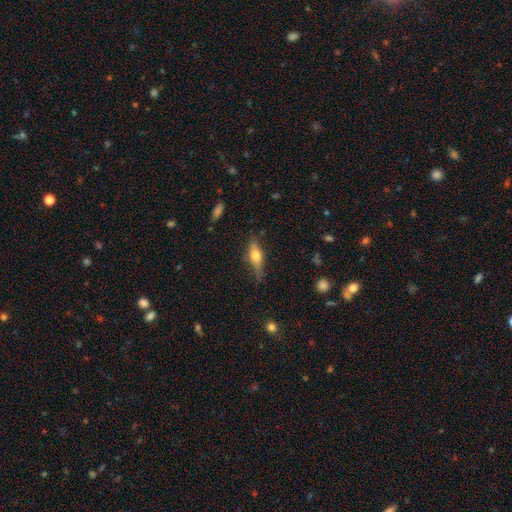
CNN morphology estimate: Overall: smooth (54%; featured or disk 38%). How rounded: cigar-shaped (49%; in between 48%). Merging: none (67%).